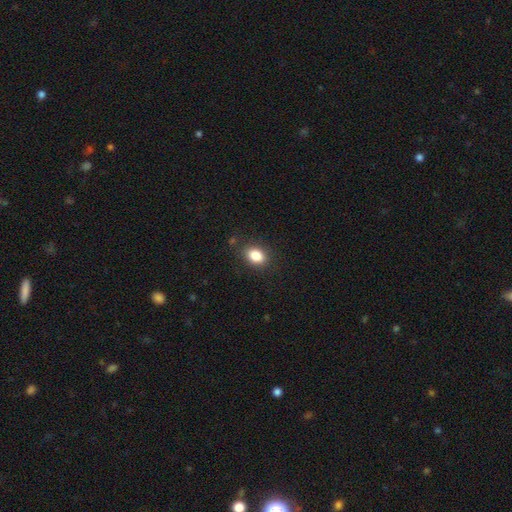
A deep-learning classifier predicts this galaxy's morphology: Overall: smooth (85%). How rounded: in between (73%). Merging: none (84%).